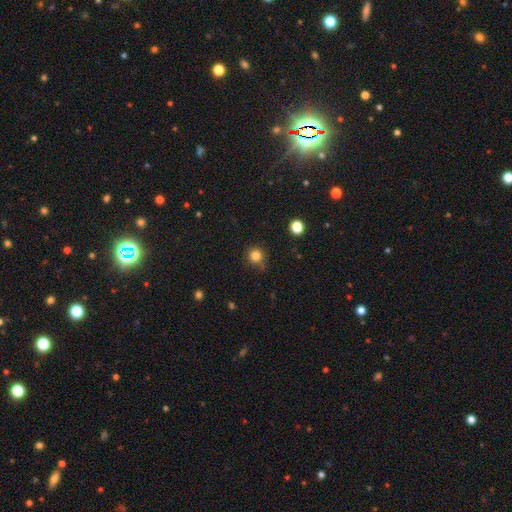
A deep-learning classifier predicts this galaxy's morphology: smooth_or_featured: smooth (p=0.82) [alt: star or artifact p=0.13]
how_rounded: round (p=0.93) [alt: in between p=0.06]
merging: none (p=0.77) [alt: minor disturbance p=0.16]